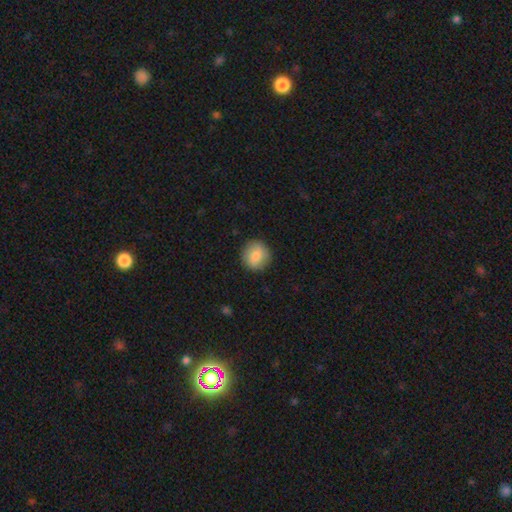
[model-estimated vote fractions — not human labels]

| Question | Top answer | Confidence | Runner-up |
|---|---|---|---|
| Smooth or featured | smooth | 83% | featured or disk (10%) |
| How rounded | round | 92% | in between (7%) |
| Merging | none | 90% | minor disturbance (7%) |